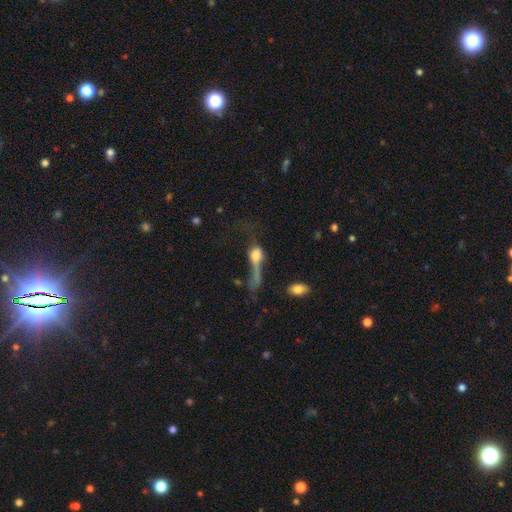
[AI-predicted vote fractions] A smooth galaxy with no disk features (58%) that is in between round and cigar-shaped (55%). Merging: major disturbance (52%).